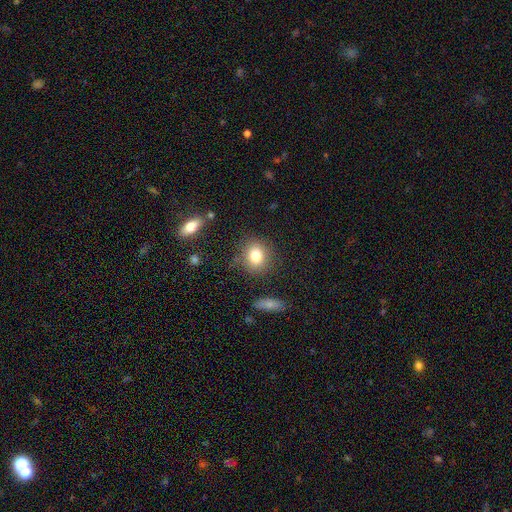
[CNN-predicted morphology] A smooth galaxy with no disk features (80%) that is round (70%).

Vote fractions:
- Smooth or featured? smooth: 80% / star or artifact: 10% / featured or disk: 9%
- How rounded? round: 70% / in between: 28% / cigar-shaped: 1%
- Merging? none: 83% / minor disturbance: 10% / major disturbance: 3% / merger: 3%